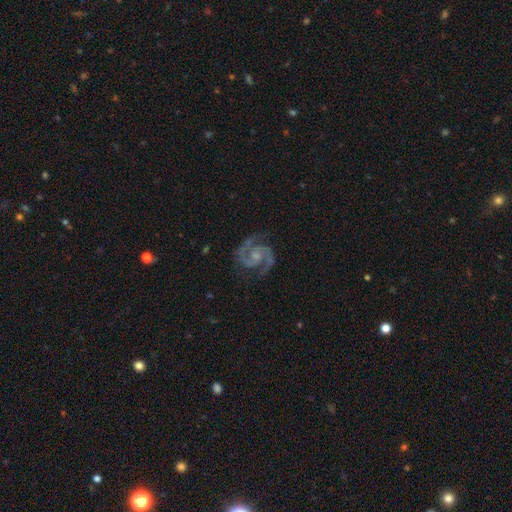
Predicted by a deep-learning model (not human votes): Morphology: type=featured or disk (93%); edge-on=no (98%); bar=no (58%); spiral arms=yes (99%); winding=medium (59%); arm count=2 (93%); bulge=small (45%); merging=none (81%).